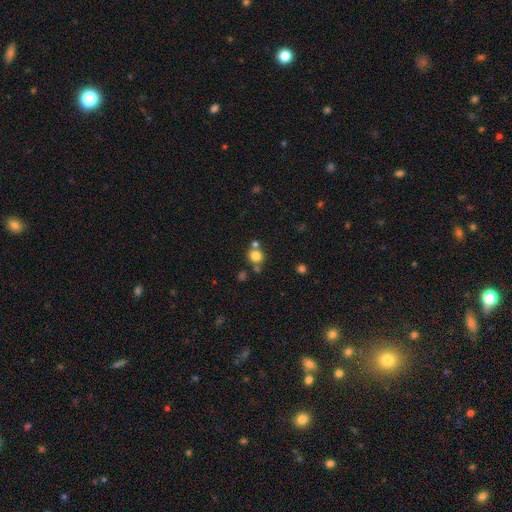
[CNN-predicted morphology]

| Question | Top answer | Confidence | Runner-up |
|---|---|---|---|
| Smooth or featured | smooth | 79% | star or artifact (13%) |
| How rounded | round | 89% | in between (10%) |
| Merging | none | 67% | merger (22%) |